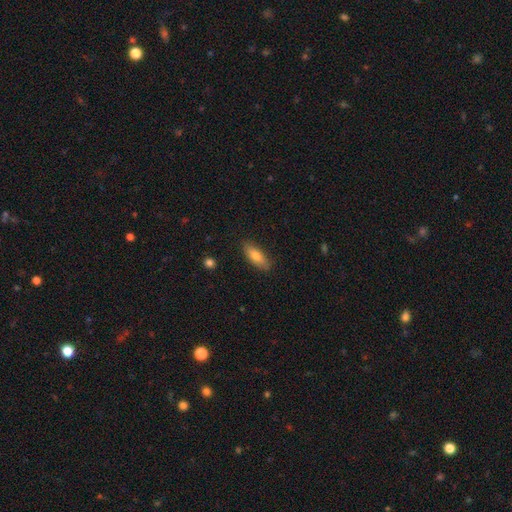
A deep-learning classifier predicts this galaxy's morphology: This appears to be a smooth galaxy with no disk features (75%) that is in between round and cigar-shaped (65%). Merging: none (85%).